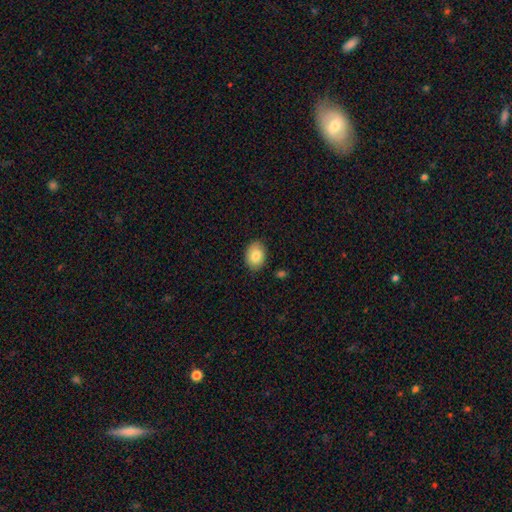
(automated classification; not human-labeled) smooth 82%, featured or disk 11%, star or artifact 7%. Down the decision tree: how rounded — in between (72%); merging — none (86%).